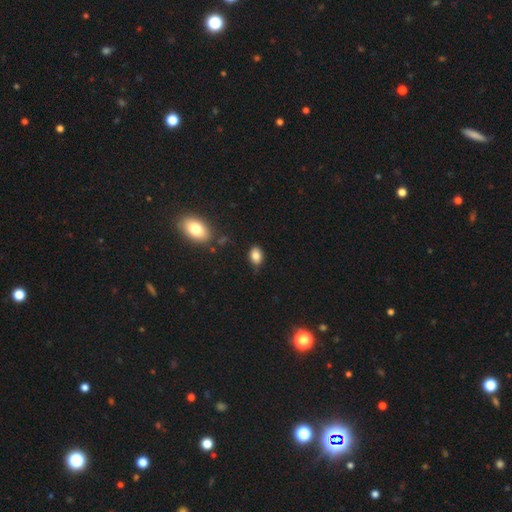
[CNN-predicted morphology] Overall: smooth (84%). How rounded: in between (82%). Merging: none (80%).